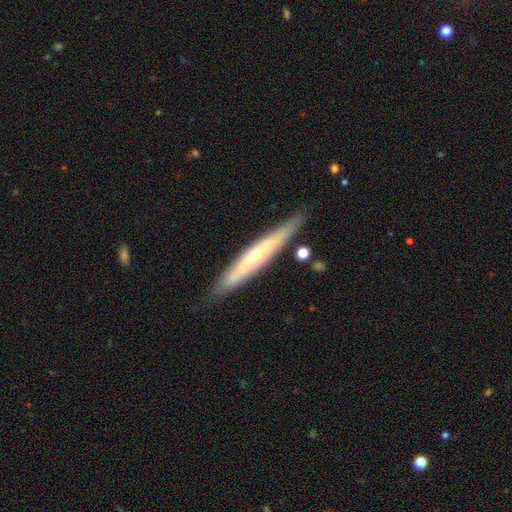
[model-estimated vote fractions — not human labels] smooth_or_featured: featured or disk (p=0.62) [alt: smooth p=0.32]
disk_edge_on: yes (p=0.86) [alt: no p=0.14]
edge_on_bulge: rounded (p=0.64) [alt: none p=0.32]
merging: none (p=0.83) [alt: minor disturbance p=0.12]